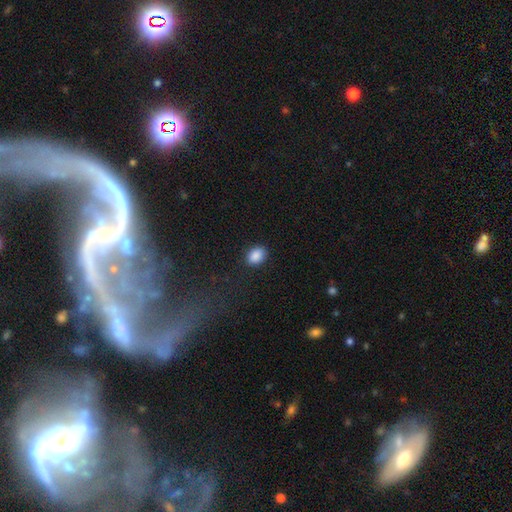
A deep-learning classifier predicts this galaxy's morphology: Smooth or featured?
  - smooth: 89% *
  - star or artifact: 8%
  - featured or disk: 3%
How rounded?
  - in between: 68% *
  - round: 31%
  - cigar-shaped: 1%
Merging?
  - none: 86% *
  - minor disturbance: 10%
  - major disturbance: 3%
  - merger: 1%